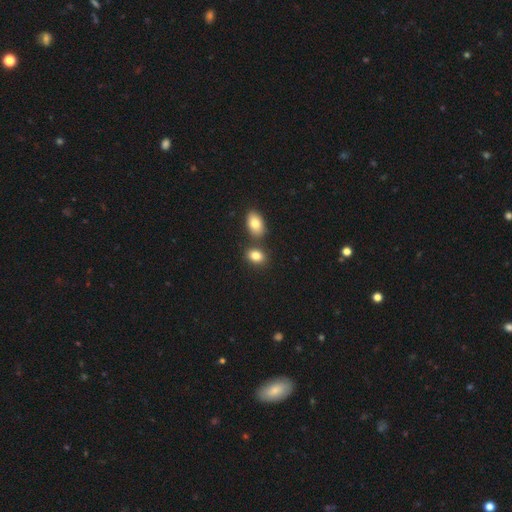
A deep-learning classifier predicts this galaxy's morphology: Smooth or featured: smooth — 82% (star or artifact — 10%)
How rounded: in between — 76% (round — 22%)
Merging: none — 66% (merger — 21%)